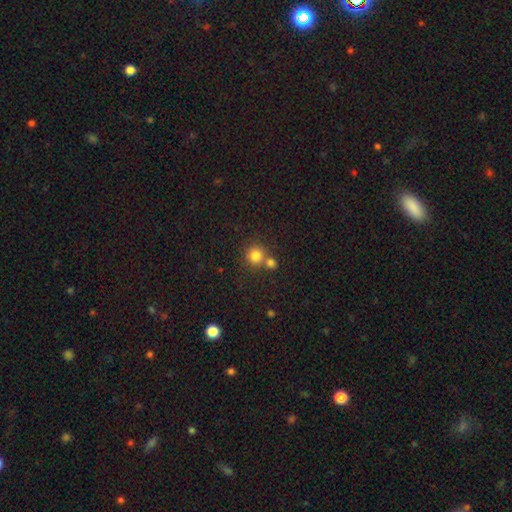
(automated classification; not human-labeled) smooth-or-featured: smooth: 81% | star or artifact: 13% | featured or disk: 7%
  how-rounded: round: 91% | in between: 8% | cigar-shaped: 1%
  merging: none: 57% | merger: 34% | minor disturbance: 7% | major disturbance: 3%